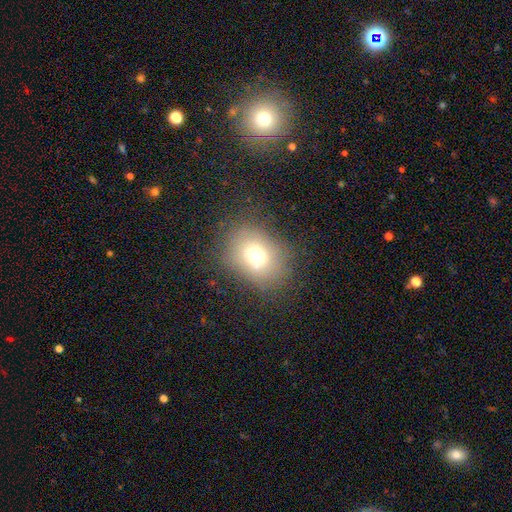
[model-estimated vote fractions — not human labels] Smooth or featured? smooth (70%)
How rounded? in between (50%)
Merging? none (76%)